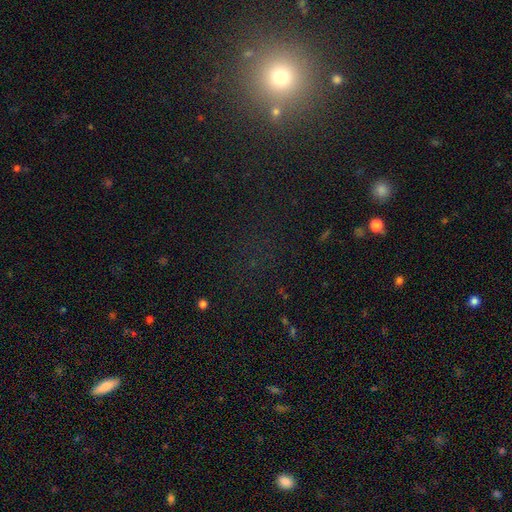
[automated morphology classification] Overall: star or artifact (57%; smooth 32%).